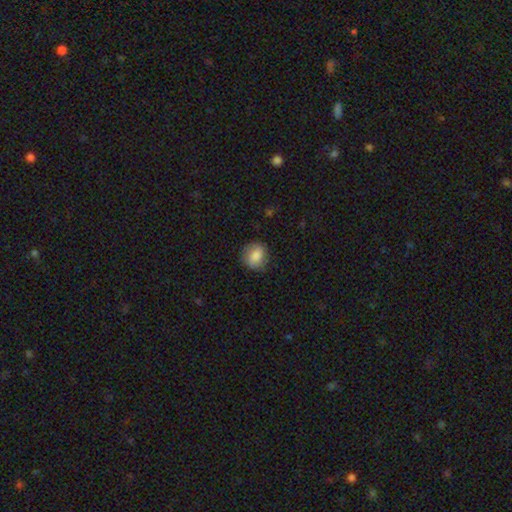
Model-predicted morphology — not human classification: Smooth or featured? Predicted: smooth (p=0.80). How rounded? Predicted: round (p=0.74). Merging? Predicted: none (p=0.78).